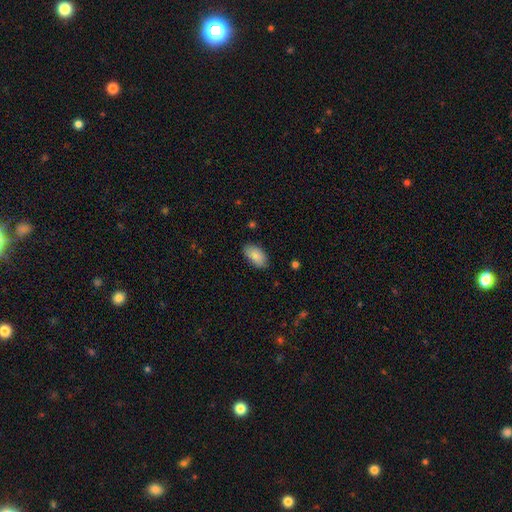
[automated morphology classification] Smooth or featured? Predicted: smooth (p=0.86). How rounded? Predicted: in between (p=0.95). Merging? Predicted: none (p=0.83).